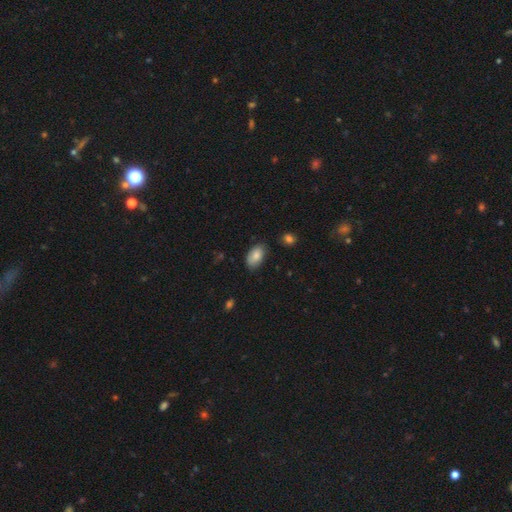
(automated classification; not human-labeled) smooth-or-featured: smooth: 84% | featured or disk: 9% | star or artifact: 7%
  how-rounded: in between: 94% | round: 4% | cigar-shaped: 2%
  merging: none: 76% | minor disturbance: 19% | major disturbance: 3% | merger: 2%